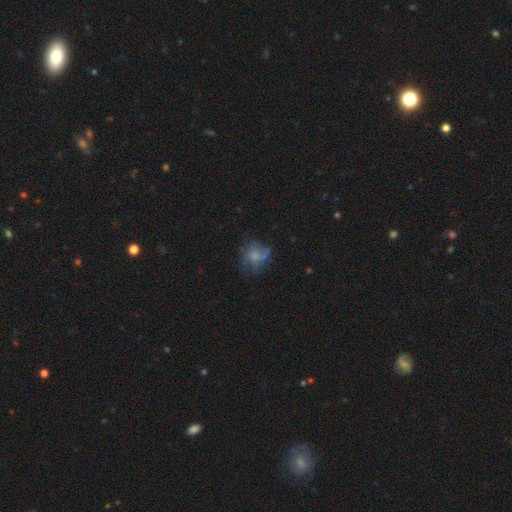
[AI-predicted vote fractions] smooth_or_featured: featured or disk (p=0.45) [alt: smooth p=0.41]
merging: none (p=0.51) [alt: major disturbance p=0.24]